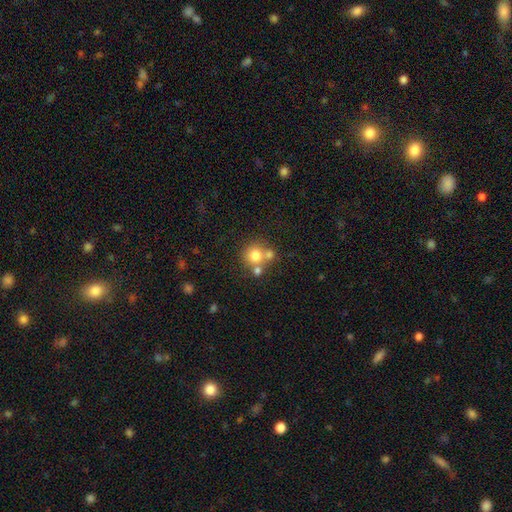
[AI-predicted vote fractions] A smooth galaxy with no disk features (74%) that is round (89%).

Vote fractions:
- Smooth or featured? smooth: 74% / featured or disk: 14% / star or artifact: 13%
- How rounded? round: 89% / in between: 10% / cigar-shaped: 1%
- Merging? none: 55% / merger: 32% / minor disturbance: 9% / major disturbance: 4%